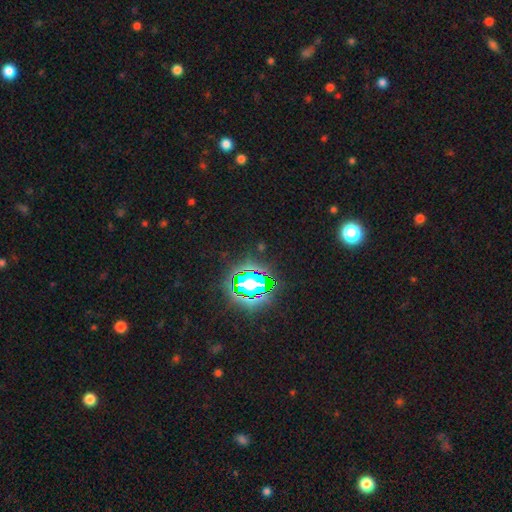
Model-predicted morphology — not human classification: This appears to be a star or artifact, not a galaxy (76%).